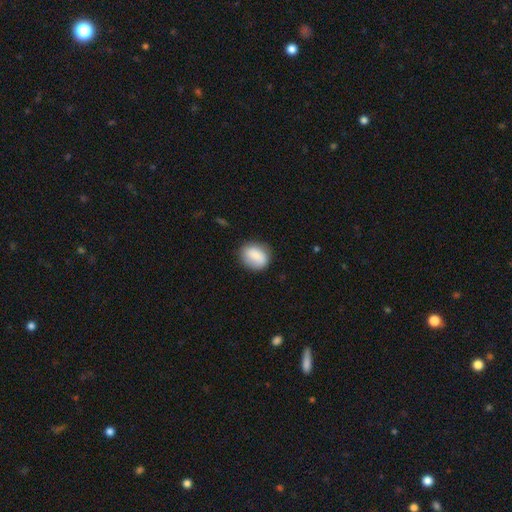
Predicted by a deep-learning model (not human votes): Smooth or featured? smooth (82%)
How rounded? in between (51%)
Merging? none (77%)